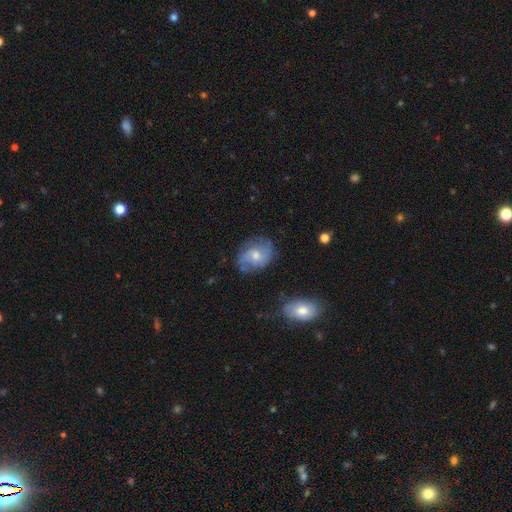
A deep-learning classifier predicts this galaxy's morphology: smooth-or-featured: featured or disk: 56% | smooth: 36% | star or artifact: 8%
  disk-edge-on: no: 97% | yes: 3%
    bar: no: 64% | weak: 31% | strong: 4%
    has-spiral-arms: yes: 78% | no: 22%
    bulge-size: moderate: 53% | small: 40% | large: 3% | none: 3% | dominant: 1%
  merging: none: 64% | minor disturbance: 23% | major disturbance: 9% | merger: 3%